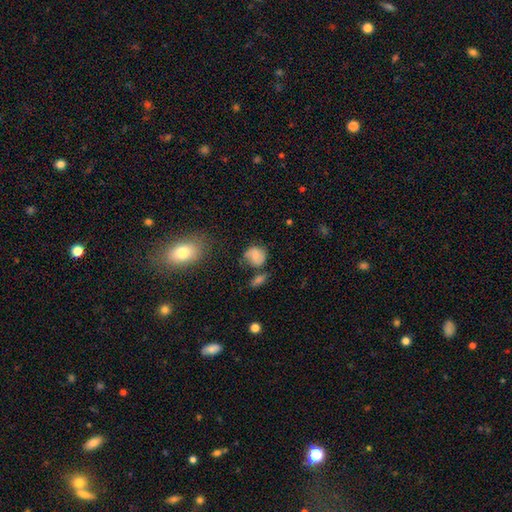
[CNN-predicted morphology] Q: Smooth or featured?
A: smooth (64%); runner-up: featured or disk (26%)
Q: How rounded?
A: round (71%); runner-up: in between (28%)
Q: Merging?
A: none (53%); runner-up: minor disturbance (25%)